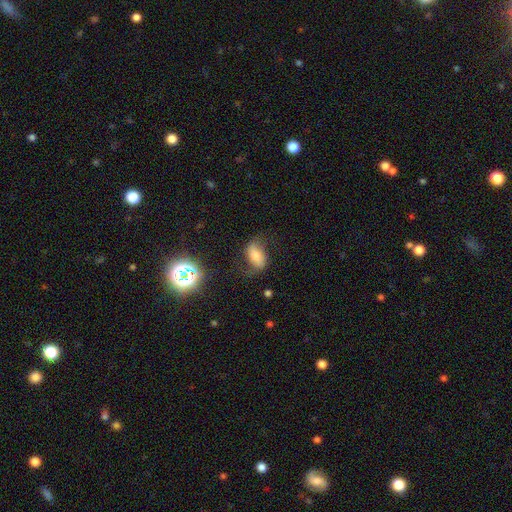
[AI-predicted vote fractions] This appears to be a smooth galaxy with no disk features (52%) that is in between round and cigar-shaped (87%). Merging: none (61%).